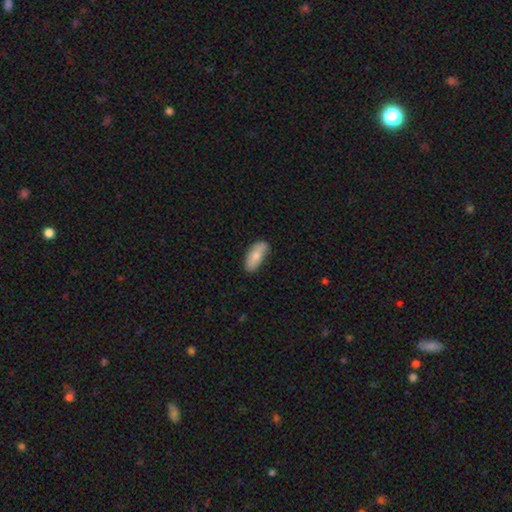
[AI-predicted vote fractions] Smooth or featured?
  - smooth: 75% *
  - featured or disk: 19%
  - star or artifact: 6%
How rounded?
  - in between: 83% *
  - cigar-shaped: 14%
  - round: 3%
Merging?
  - none: 70% *
  - minor disturbance: 23%
  - major disturbance: 4%
  - merger: 2%